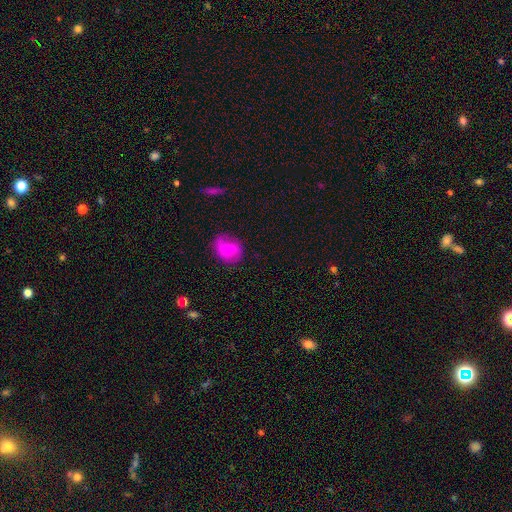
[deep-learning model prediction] This is possibly a smooth galaxy (56%). How rounded: possibly round (50%). Merging: likely none (68%).